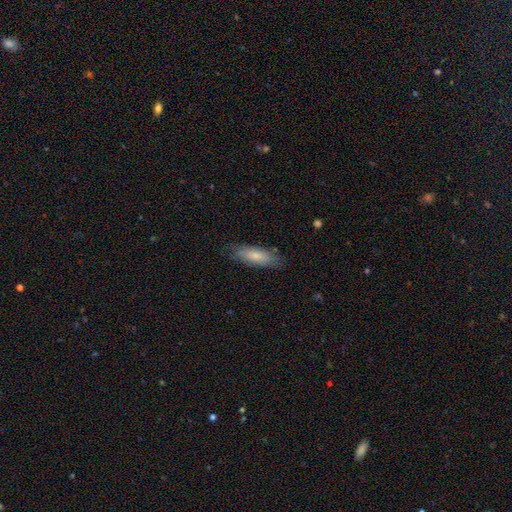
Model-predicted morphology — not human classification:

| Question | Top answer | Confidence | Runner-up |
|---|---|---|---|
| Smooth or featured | smooth | 75% | featured or disk (19%) |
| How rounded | in between | 56% | cigar-shaped (42%) |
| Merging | none | 80% | minor disturbance (15%) |